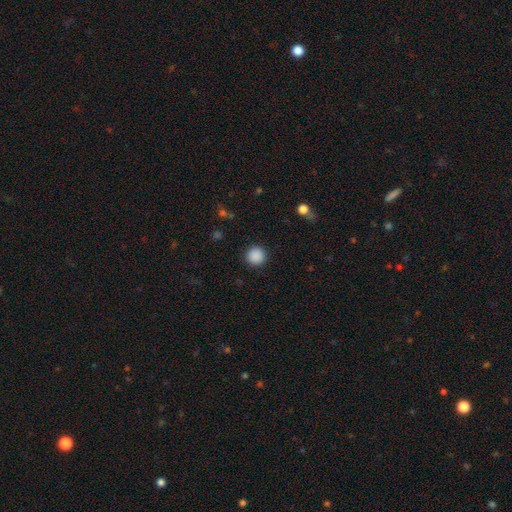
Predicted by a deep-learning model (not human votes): A smooth galaxy with no disk features (89%) that is round (95%). Merging: none (92%).